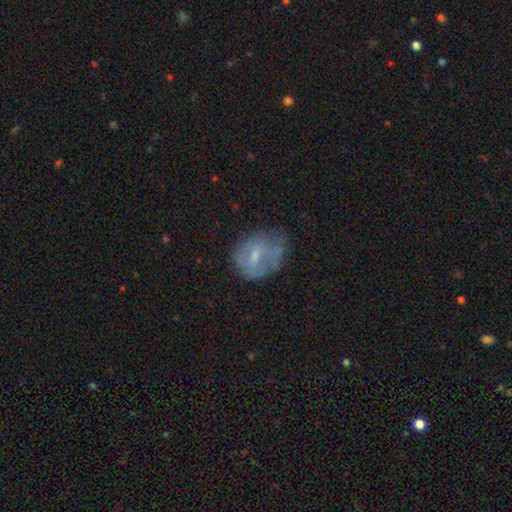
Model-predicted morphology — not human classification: This is possibly a featured or disk galaxy (45%, tied with smooth). Merging: marginally none (40%).